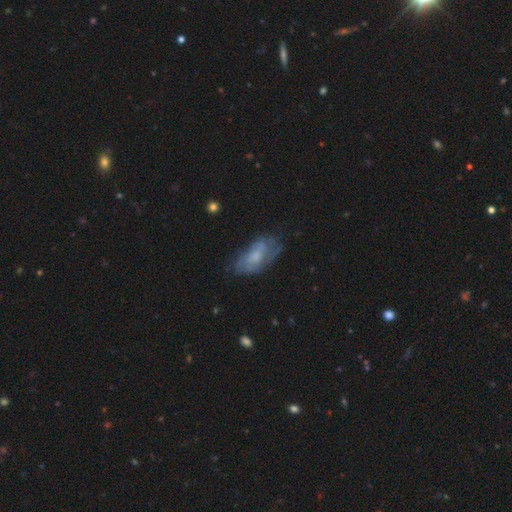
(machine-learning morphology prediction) Q: Smooth or featured?
A: featured or disk (50%); runner-up: smooth (41%)
Q: Edge-on disk?
A: no (90%); runner-up: yes (10%)
Q: Merging?
A: none (54%); runner-up: minor disturbance (27%)